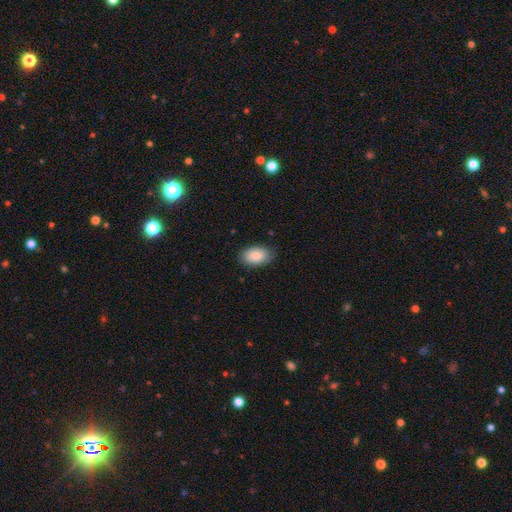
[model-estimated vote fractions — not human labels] Overall: smooth (84%). How rounded: in between (92%). Merging: none (81%).